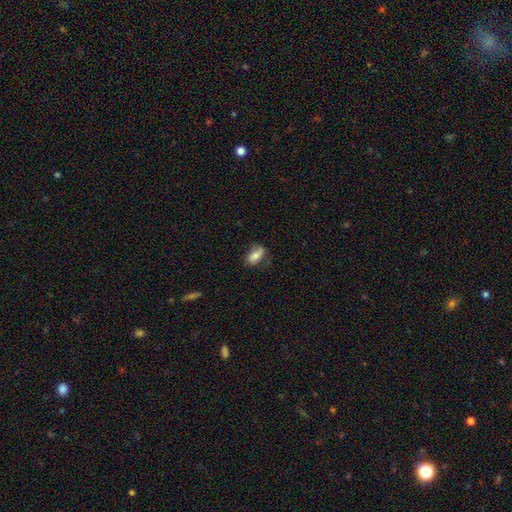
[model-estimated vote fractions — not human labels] Smooth or featured? smooth (72%)
How rounded? in between (87%)
Merging? none (68%)